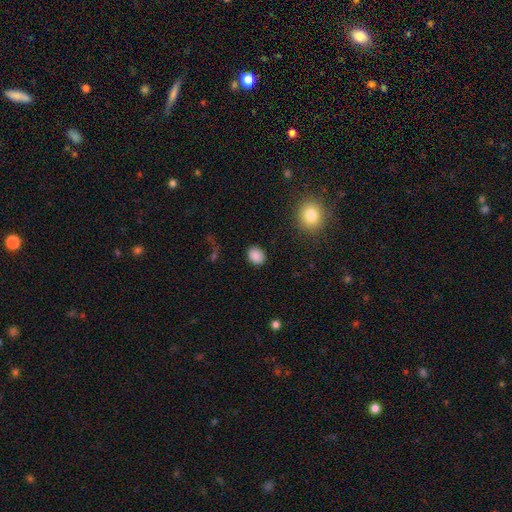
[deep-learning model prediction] Smooth or featured?
  - smooth: 87% *
  - star or artifact: 10%
  - featured or disk: 3%
How rounded?
  - round: 50% *
  - in between: 49%
  - cigar-shaped: 1%
Merging?
  - none: 88% *
  - minor disturbance: 8%
  - major disturbance: 3%
  - merger: 1%